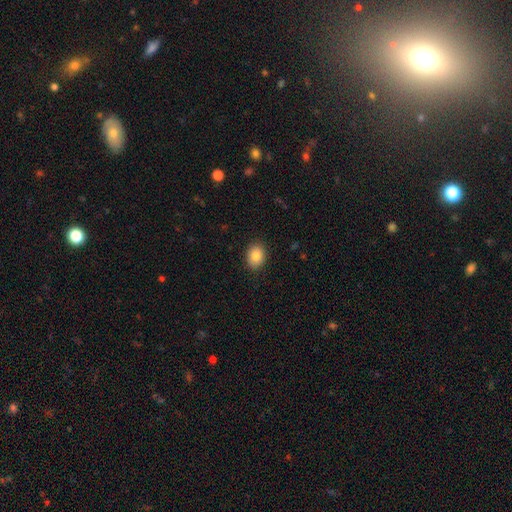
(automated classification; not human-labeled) Smooth or featured? smooth (85%)
How rounded? in between (64%)
Merging? none (89%)